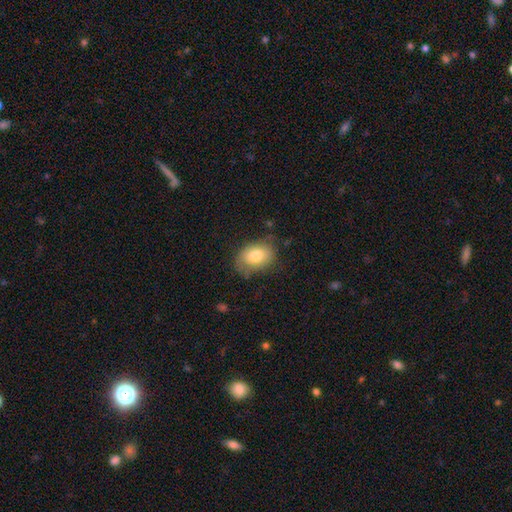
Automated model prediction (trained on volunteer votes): A smooth galaxy with no disk features (77%) that is in between round and cigar-shaped (77%). Merging: none (65%).